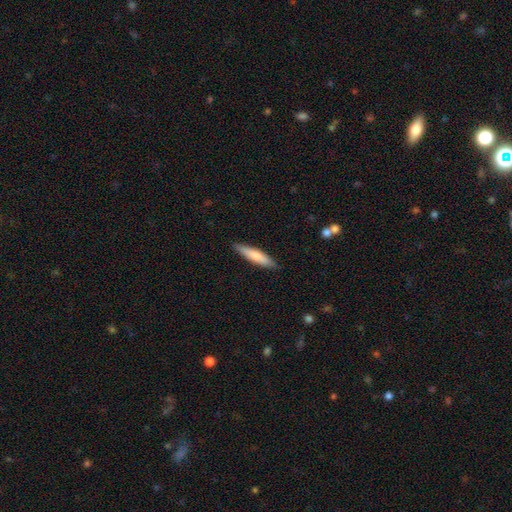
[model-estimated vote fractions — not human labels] Morphology: type=smooth (76%); roundness=cigar-shaped (85%); merging=none (89%).